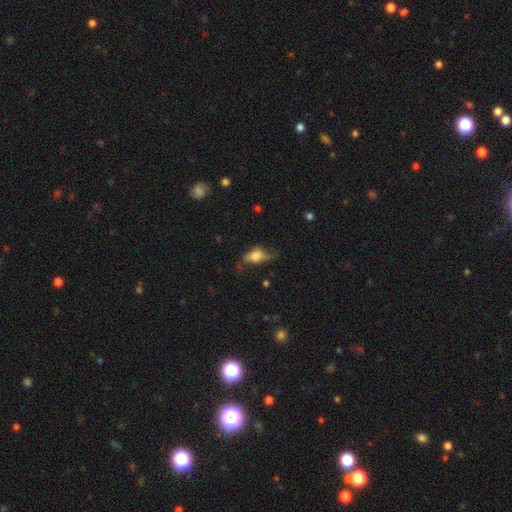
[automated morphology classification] Overall: smooth (46%; featured or disk 44%). Merging: none (43%; minor disturbance 28%).